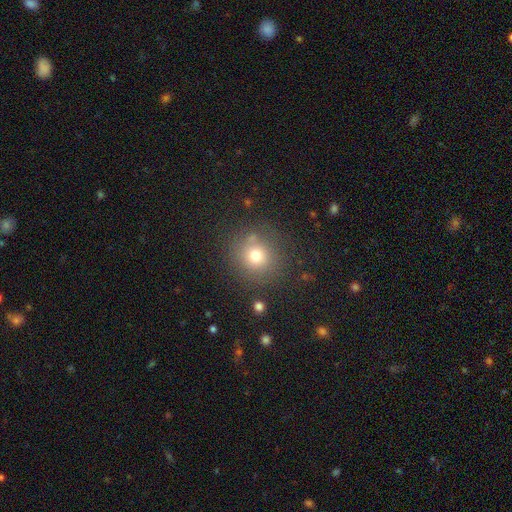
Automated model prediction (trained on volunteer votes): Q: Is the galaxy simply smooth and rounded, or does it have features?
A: smooth — 73%.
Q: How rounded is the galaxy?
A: round — 91%.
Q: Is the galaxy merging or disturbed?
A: none — 81%.